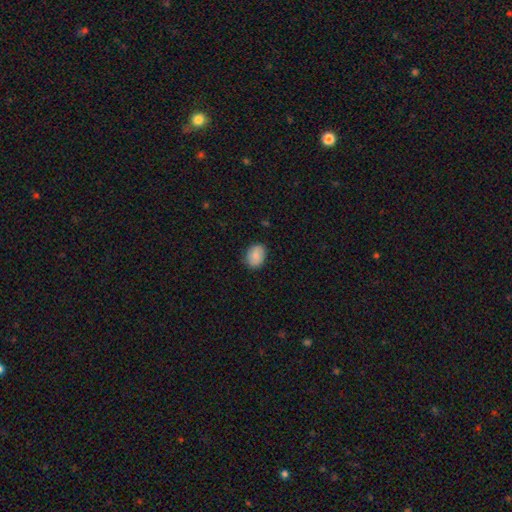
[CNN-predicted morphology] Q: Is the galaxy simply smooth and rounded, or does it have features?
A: smooth — 84%.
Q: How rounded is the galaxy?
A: in between — 61%.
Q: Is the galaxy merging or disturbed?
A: none — 84%.